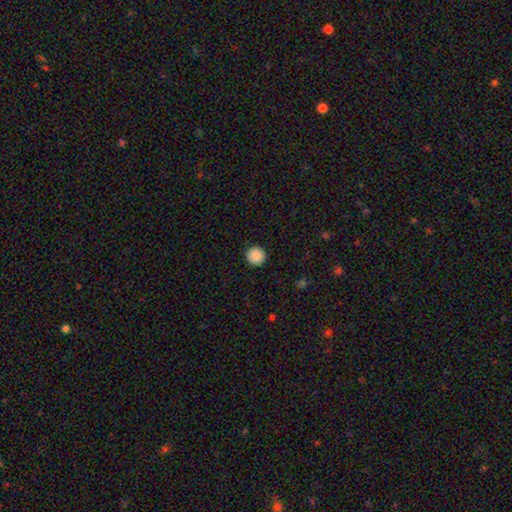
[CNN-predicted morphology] This appears to be a smooth galaxy with no disk features (88%) that is round (96%). Merging: none (93%).